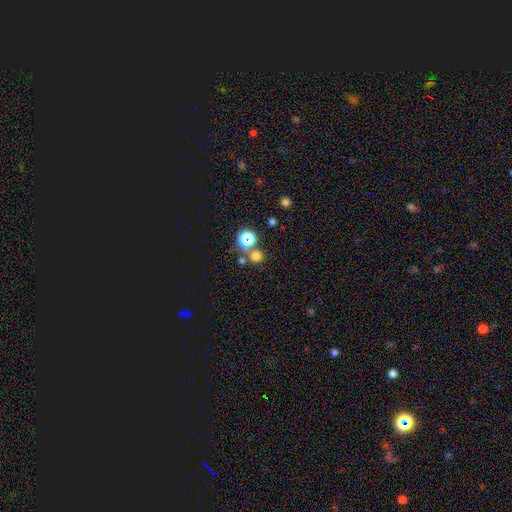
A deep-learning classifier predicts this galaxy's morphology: This appears to be a smooth galaxy with no disk features (66%) that is round (89%). Merging: none (68%).